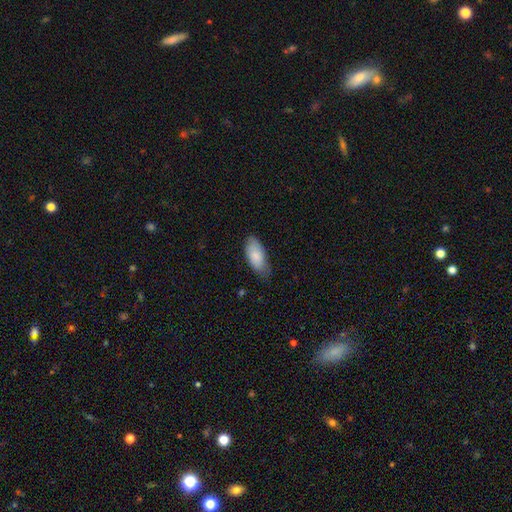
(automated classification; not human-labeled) smooth-or-featured: smooth: 83% | featured or disk: 11% | star or artifact: 6%
  how-rounded: in between: 91% | cigar-shaped: 7% | round: 2%
  merging: none: 69% | minor disturbance: 26% | major disturbance: 4% | merger: 1%